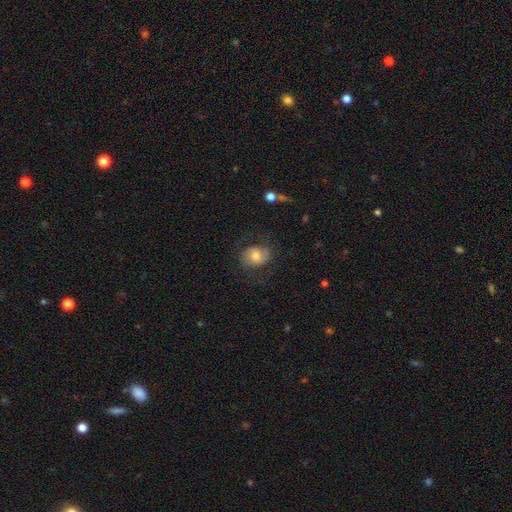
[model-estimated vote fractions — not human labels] Q: Smooth or featured?
A: smooth (51%); runner-up: featured or disk (40%)
Q: How rounded?
A: in between (55%); runner-up: round (43%)
Q: Merging?
A: none (66%); runner-up: minor disturbance (18%)